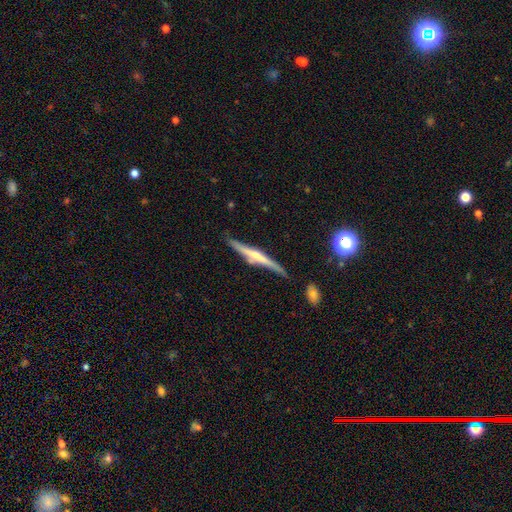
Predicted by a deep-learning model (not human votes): Smooth or featured? featured or disk (75%)
Edge-on disk? yes (97%)
Edge-on bulge? rounded (75%)
Merging? none (83%)